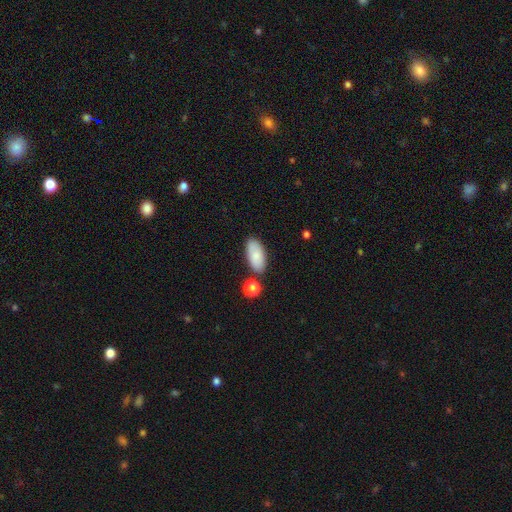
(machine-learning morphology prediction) Q: Smooth or featured?
A: smooth (82%); runner-up: featured or disk (12%)
Q: How rounded?
A: in between (92%); runner-up: cigar-shaped (6%)
Q: Merging?
A: none (77%); runner-up: minor disturbance (13%)